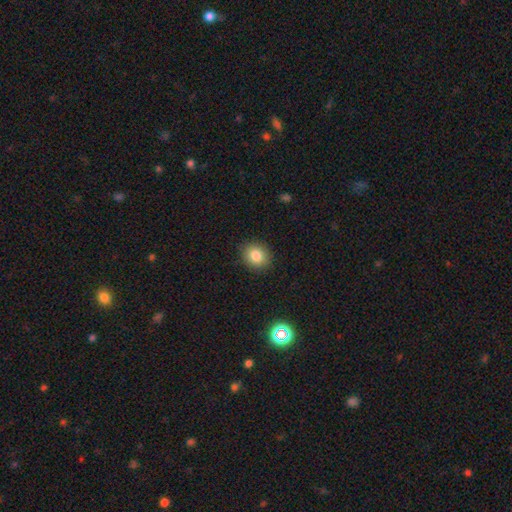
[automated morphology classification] Smooth or featured: smooth — 83% (star or artifact — 11%)
How rounded: round — 73% (in between — 26%)
Merging: none — 89% (minor disturbance — 7%)